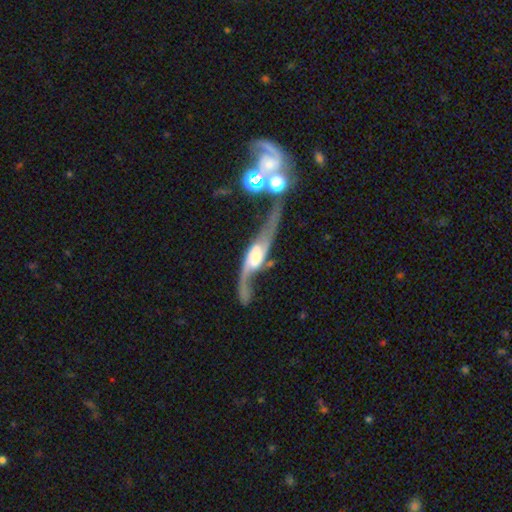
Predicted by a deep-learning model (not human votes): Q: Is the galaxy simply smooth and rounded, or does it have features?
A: featured or disk — 83%.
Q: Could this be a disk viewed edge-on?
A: no — 80%.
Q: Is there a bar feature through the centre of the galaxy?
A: no — 51%.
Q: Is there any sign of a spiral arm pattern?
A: yes — 92%.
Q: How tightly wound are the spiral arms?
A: loose — 88%.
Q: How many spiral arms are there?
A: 2 — 90%.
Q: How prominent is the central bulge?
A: large — 30%.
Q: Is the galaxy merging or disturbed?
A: none — 37%.